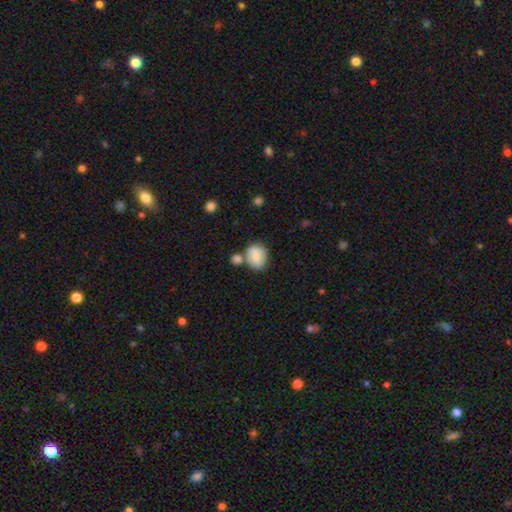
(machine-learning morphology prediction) Smooth or featured? smooth (76%)
How rounded? round (56%)
Merging? none (51%)